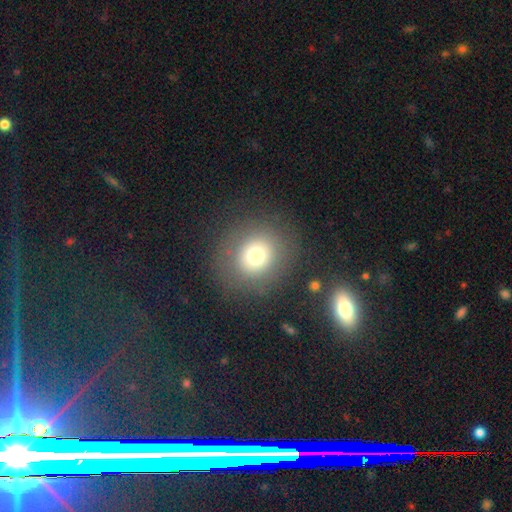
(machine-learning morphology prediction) This is likely a smooth galaxy (71%). How rounded: clearly round (87%). Merging: clearly none (84%).